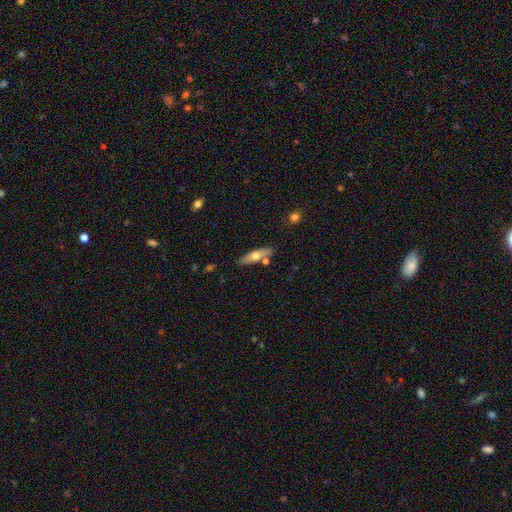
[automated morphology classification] Overall: smooth (54%; featured or disk 40%). How rounded: cigar-shaped (57%; in between 40%). Merging: none (78%).